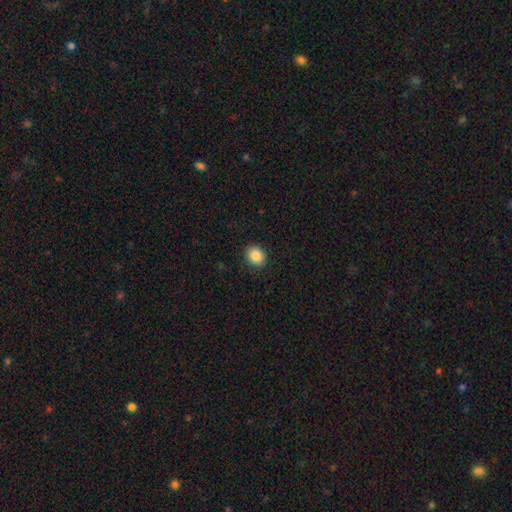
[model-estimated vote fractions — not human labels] Smooth or featured?
  - smooth: 87% *
  - star or artifact: 9%
  - featured or disk: 4%
How rounded?
  - round: 62% *
  - in between: 37%
  - cigar-shaped: 1%
Merging?
  - none: 90% *
  - minor disturbance: 7%
  - major disturbance: 2%
  - merger: 1%